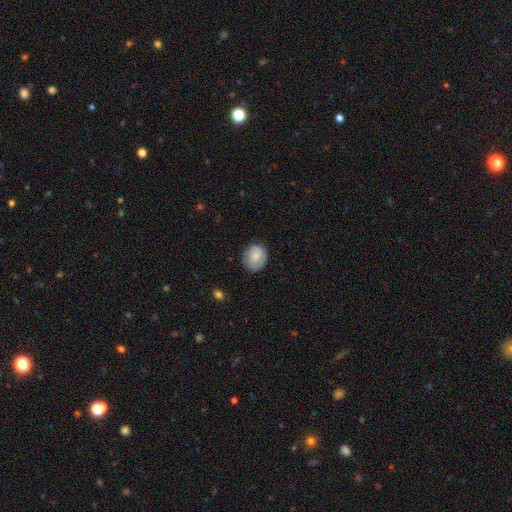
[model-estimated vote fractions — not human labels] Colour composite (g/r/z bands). It shows a smooth galaxy with no disk features (78%) that is round (59%). Merging: none (76%).